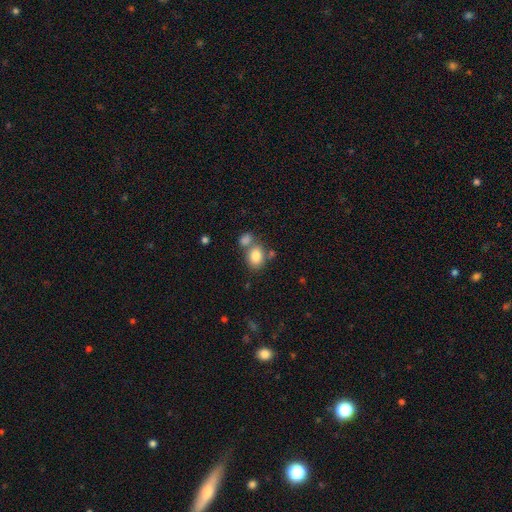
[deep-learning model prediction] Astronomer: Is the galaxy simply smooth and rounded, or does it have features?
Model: smooth — 83%.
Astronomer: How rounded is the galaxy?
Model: in between — 66%.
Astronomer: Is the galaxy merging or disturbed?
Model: none — 51% (runner-up: merger, 32%).